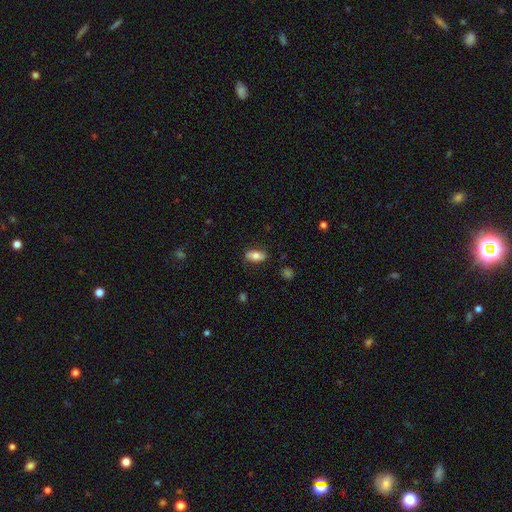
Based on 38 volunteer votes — Smooth or featured? smooth (76%)
How rounded? in between (83%)
Merging? none (86%)